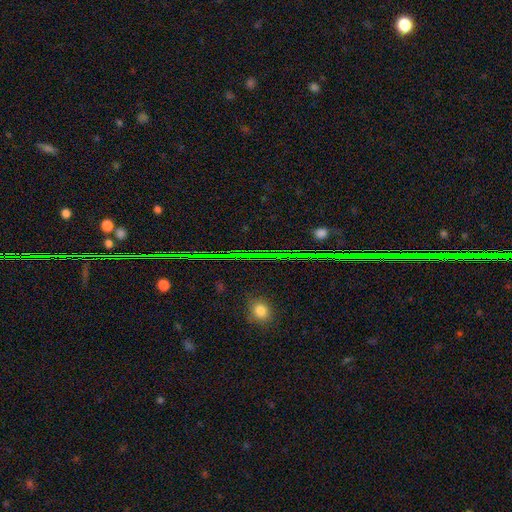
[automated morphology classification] This is clearly a star or artifact rather than a galaxy (82%).